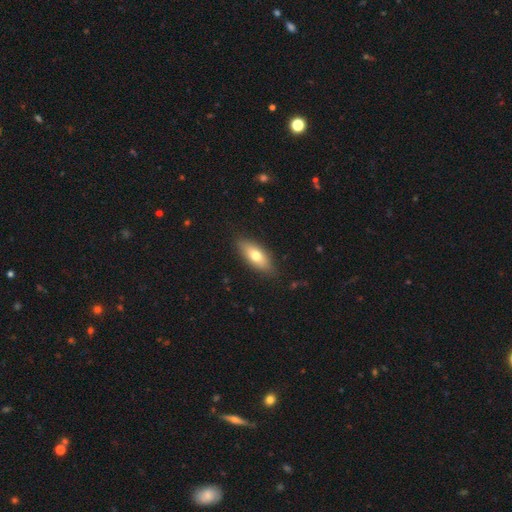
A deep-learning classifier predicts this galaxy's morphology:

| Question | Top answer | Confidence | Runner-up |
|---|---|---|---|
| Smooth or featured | smooth | 69% | featured or disk (24%) |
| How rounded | in between | 75% | cigar-shaped (22%) |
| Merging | none | 85% | minor disturbance (12%) |